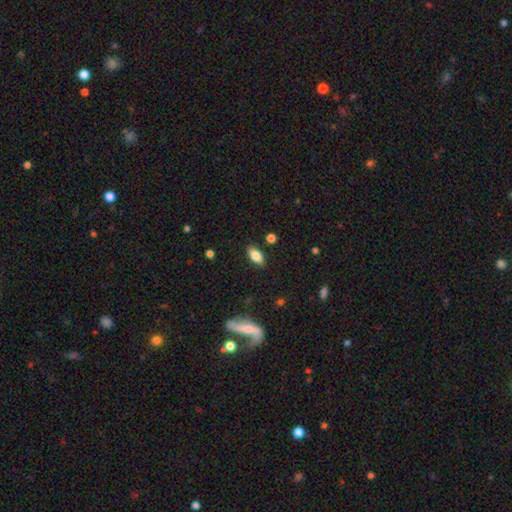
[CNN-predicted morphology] This appears to be a smooth galaxy with no disk features (81%) that is in between round and cigar-shaped (90%). Merging: none (86%).